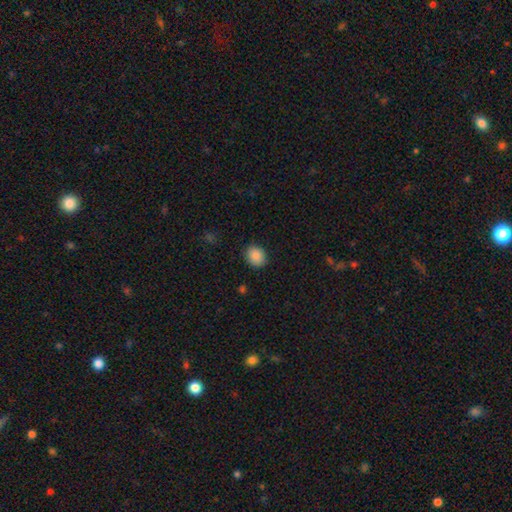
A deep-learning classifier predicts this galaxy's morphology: This is clearly a smooth galaxy (88%). How rounded: likely round (67%). Merging: clearly none (87%).